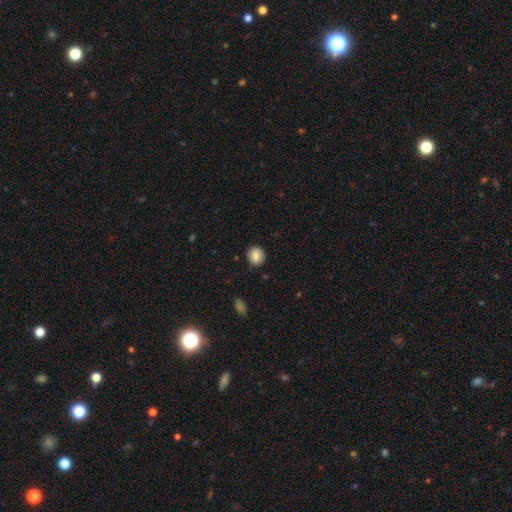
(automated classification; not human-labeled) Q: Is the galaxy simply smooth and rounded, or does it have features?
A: smooth — 86%.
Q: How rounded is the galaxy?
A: round — 79%.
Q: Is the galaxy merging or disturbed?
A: none — 85%.